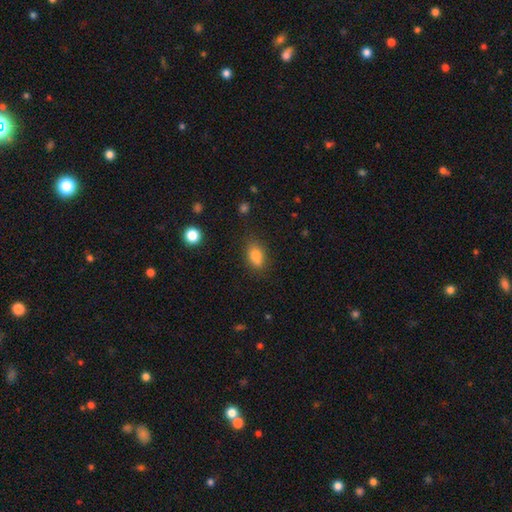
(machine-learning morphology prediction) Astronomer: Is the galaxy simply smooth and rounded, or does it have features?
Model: smooth — 82%.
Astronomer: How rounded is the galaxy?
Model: in between — 82%.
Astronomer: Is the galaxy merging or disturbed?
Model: none — 75%.